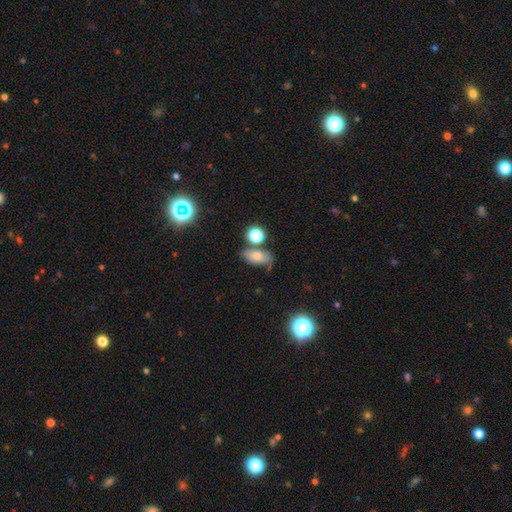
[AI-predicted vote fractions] The model was most divided on "merging": none: 60%, minor disturbance: 20%, merger: 14%, major disturbance: 6%. More confident: how rounded — in between (80%); smooth or featured — smooth (69%).